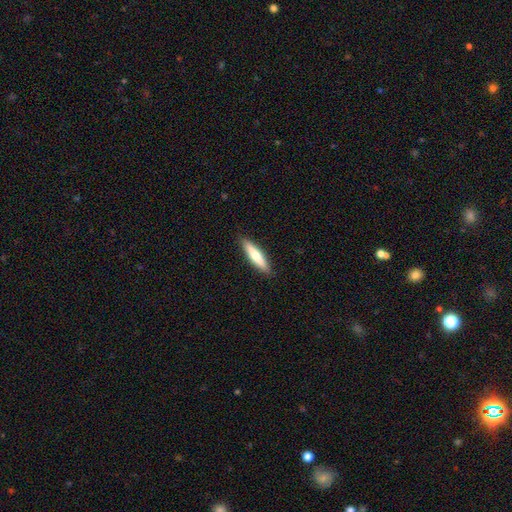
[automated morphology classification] Smooth or featured? Predicted: smooth (p=0.63). How rounded? Predicted: cigar-shaped (p=0.79). Merging? Predicted: none (p=0.90).